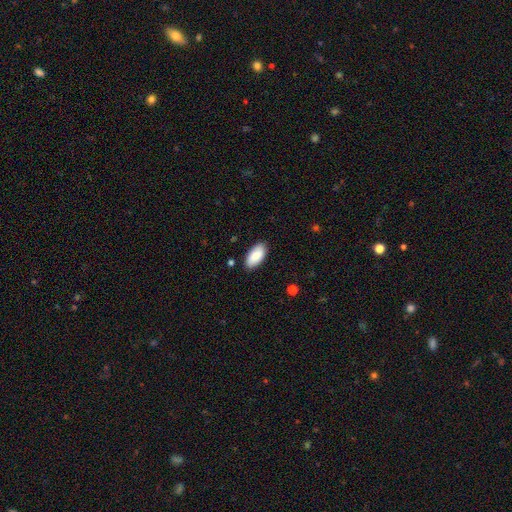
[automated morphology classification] smooth 84%, featured or disk 10%, star or artifact 6%. Down the decision tree: how rounded — in between (94%); merging — none (87%).